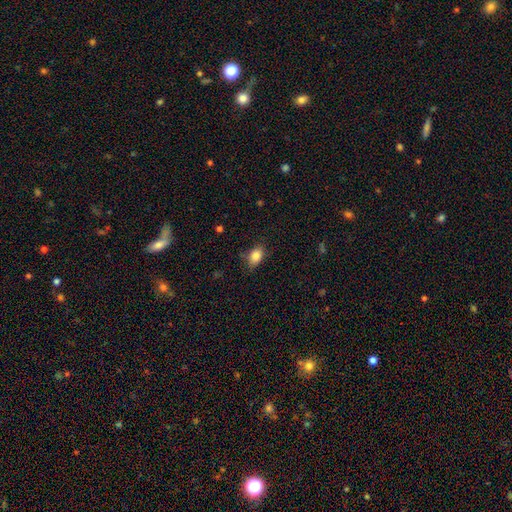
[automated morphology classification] The model was most divided on "merging": none: 74%, minor disturbance: 21%, major disturbance: 4%, merger: 2%. More confident: smooth or featured — smooth (85%); how rounded — in between (78%).